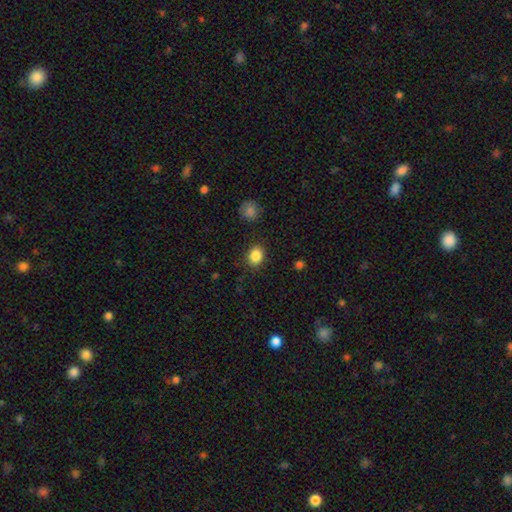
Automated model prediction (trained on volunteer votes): smooth 86%, star or artifact 10%, featured or disk 5%. Down the decision tree: how rounded — round (54%); merging — none (86%).